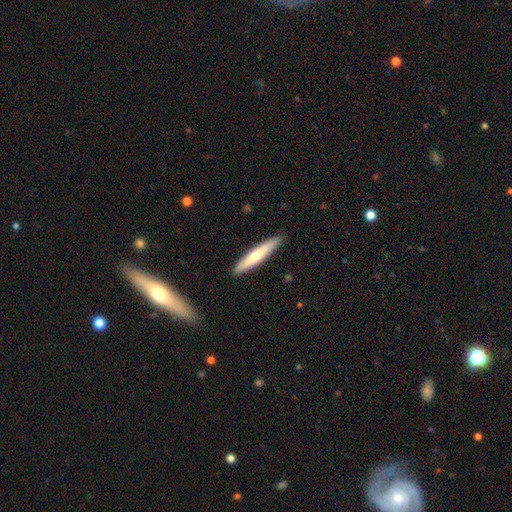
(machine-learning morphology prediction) This is possibly a smooth galaxy (59%). How rounded: clearly cigar-shaped (90%). Merging: clearly none (91%).